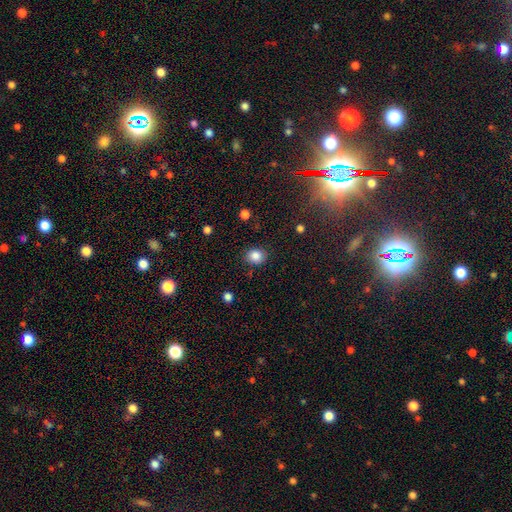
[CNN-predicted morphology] The model was most divided on "how rounded": round: 66%, in between: 33%, cigar-shaped: 1%. More confident: merging — none (86%); smooth or featured — smooth (86%).